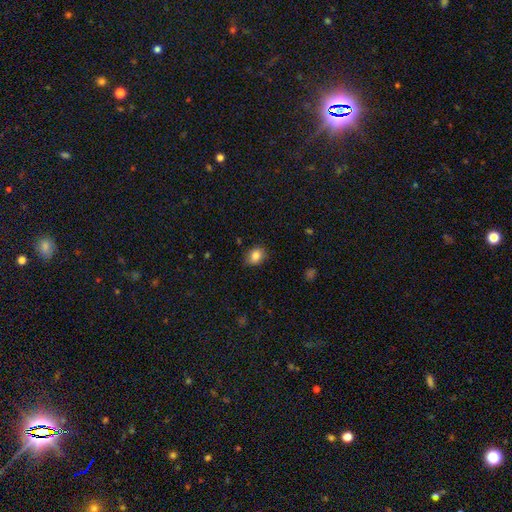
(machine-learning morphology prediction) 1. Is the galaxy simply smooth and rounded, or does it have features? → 84% smooth, 9% star or artifact, 6% featured or disk.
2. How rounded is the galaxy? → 51% round, 48% in between, 1% cigar-shaped.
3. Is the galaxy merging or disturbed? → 81% none, 15% minor disturbance, 3% major disturbance, 1% merger.